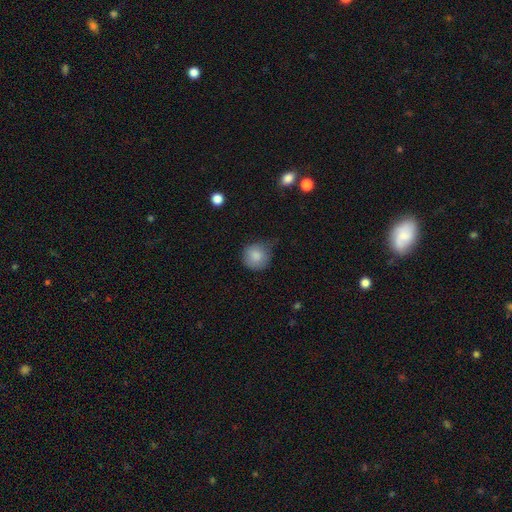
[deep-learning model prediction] This is clearly a smooth galaxy (85%). How rounded: clearly round (90%). Merging: possibly none (55%).